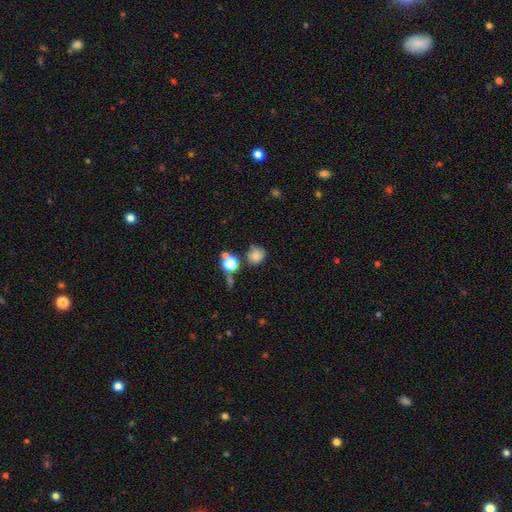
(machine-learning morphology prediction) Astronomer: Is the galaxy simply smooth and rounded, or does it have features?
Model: smooth — 77%.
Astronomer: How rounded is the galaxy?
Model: round — 81%.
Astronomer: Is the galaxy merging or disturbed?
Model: none — 62%.